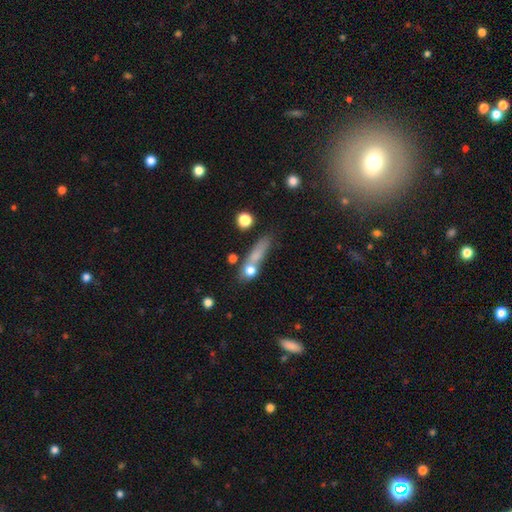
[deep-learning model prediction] Smooth or featured: smooth — 66% (featured or disk — 21%)
How rounded: cigar-shaped — 59% (in between — 25%)
Merging: none — 53% (merger — 22%)